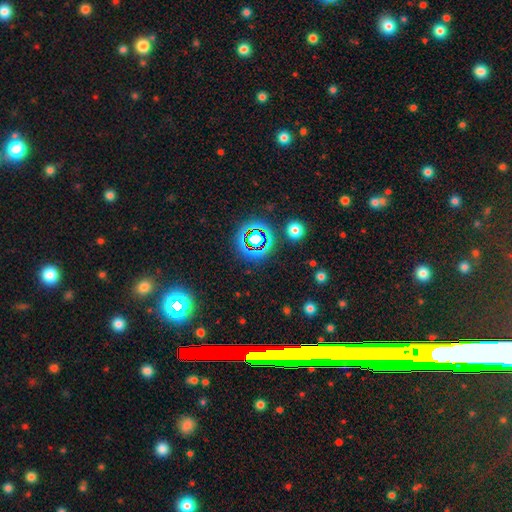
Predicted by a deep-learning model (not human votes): star or artifact 63%, smooth 19%, featured or disk 18%.